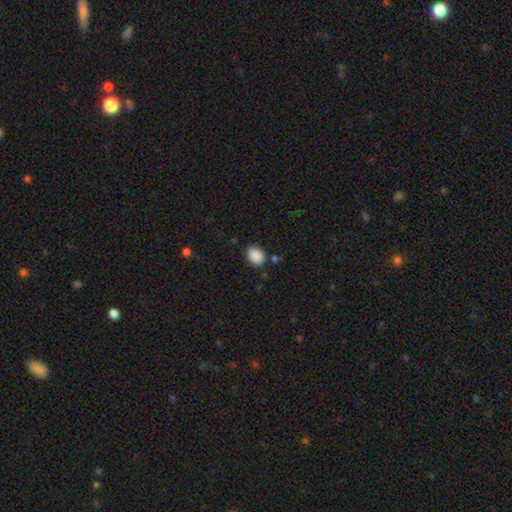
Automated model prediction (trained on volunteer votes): smooth-or-featured: smooth: 89% | star or artifact: 8% | featured or disk: 3%
  how-rounded: in between: 62% | round: 37% | cigar-shaped: 1%
  merging: none: 83% | minor disturbance: 11% | major disturbance: 3% | merger: 3%